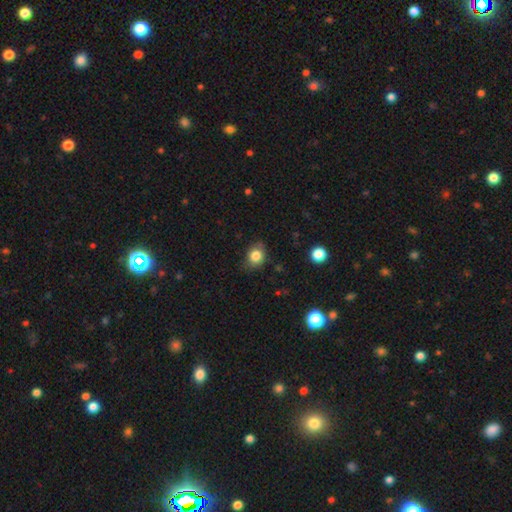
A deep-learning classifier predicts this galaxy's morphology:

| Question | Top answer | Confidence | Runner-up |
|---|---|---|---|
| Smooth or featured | smooth | 83% | star or artifact (10%) |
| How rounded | round | 58% | in between (41%) |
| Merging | none | 75% | minor disturbance (20%) |